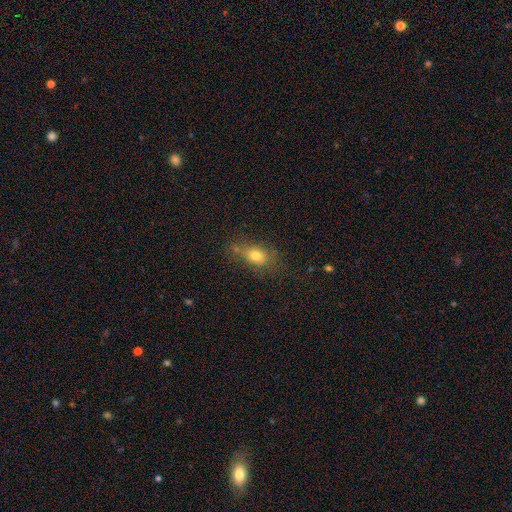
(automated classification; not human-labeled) smooth_or_featured: smooth (p=0.74) [alt: featured or disk p=0.13]
how_rounded: in between (p=0.68) [alt: round p=0.26]
merging: none (p=0.57) [alt: minor disturbance p=0.24]